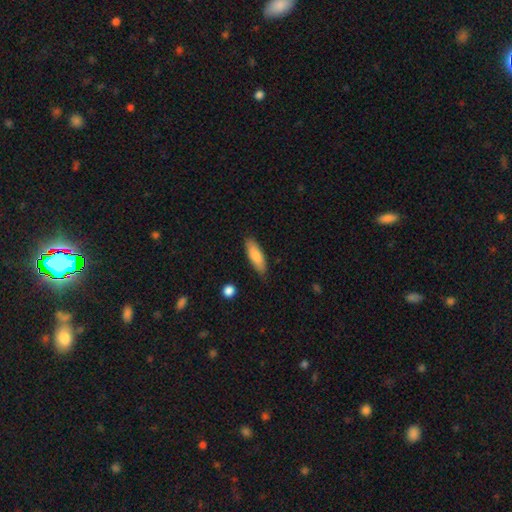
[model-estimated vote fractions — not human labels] This is clearly a smooth galaxy (84%). How rounded: possibly in between (52%). Merging: clearly none (84%).